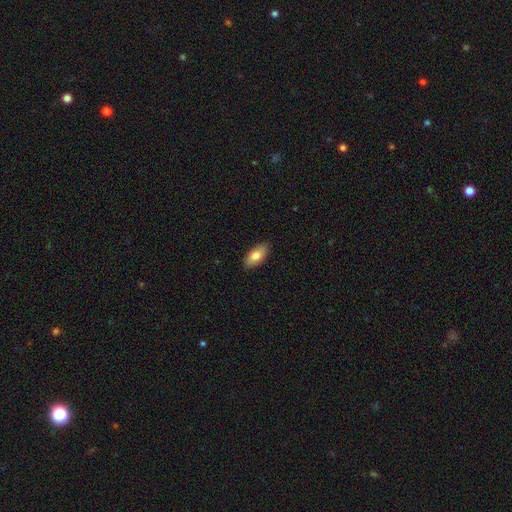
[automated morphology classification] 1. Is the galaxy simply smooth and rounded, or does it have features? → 81% smooth, 13% featured or disk, 6% star or artifact.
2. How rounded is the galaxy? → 91% in between, 7% cigar-shaped, 3% round.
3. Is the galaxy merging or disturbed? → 88% none, 9% minor disturbance, 2% major disturbance, 1% merger.